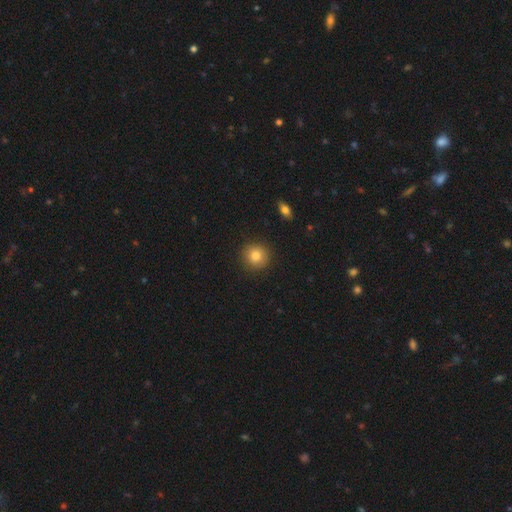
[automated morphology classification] smooth-or-featured: smooth: 82% | star or artifact: 10% | featured or disk: 8%
  how-rounded: round: 92% | in between: 7% | cigar-shaped: 1%
  merging: none: 91% | minor disturbance: 6% | major disturbance: 2% | merger: 1%